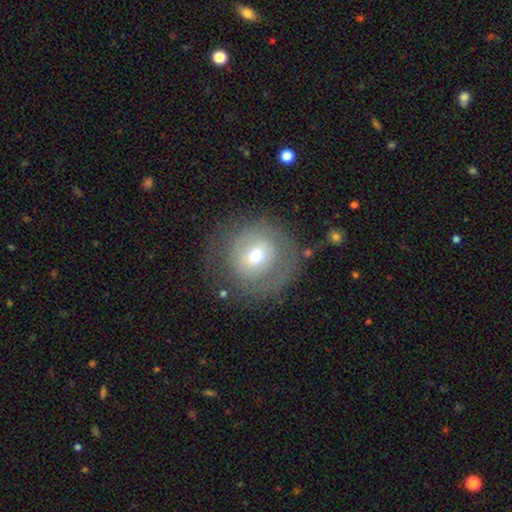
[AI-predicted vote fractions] Q: Smooth or featured?
A: smooth (46%); runner-up: featured or disk (45%)
Q: Merging?
A: none (70%); runner-up: minor disturbance (16%)